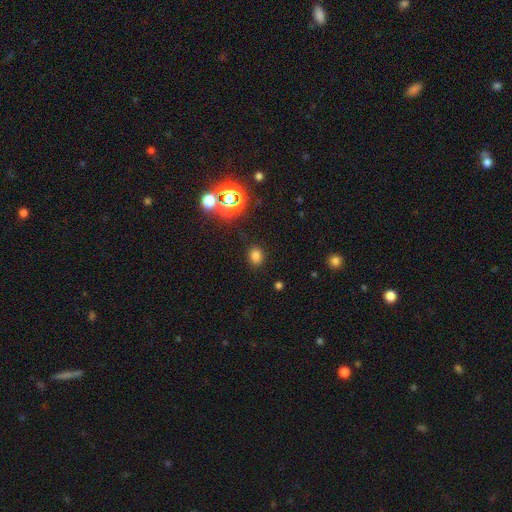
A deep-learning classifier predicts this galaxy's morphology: A smooth galaxy with no disk features (74%) that is round (59%).

Vote fractions:
- Smooth or featured? smooth: 74% / star or artifact: 21% / featured or disk: 5%
- How rounded? round: 59% / in between: 40% / cigar-shaped: 1%
- Merging? none: 87% / minor disturbance: 8% / major disturbance: 3% / merger: 2%